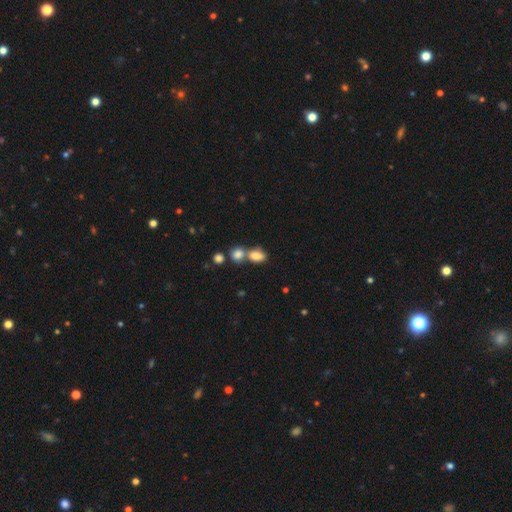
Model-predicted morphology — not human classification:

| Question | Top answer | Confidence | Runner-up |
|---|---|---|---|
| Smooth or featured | smooth | 82% | star or artifact (10%) |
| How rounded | in between | 79% | round (18%) |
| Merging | merger | 49% | none (37%) |